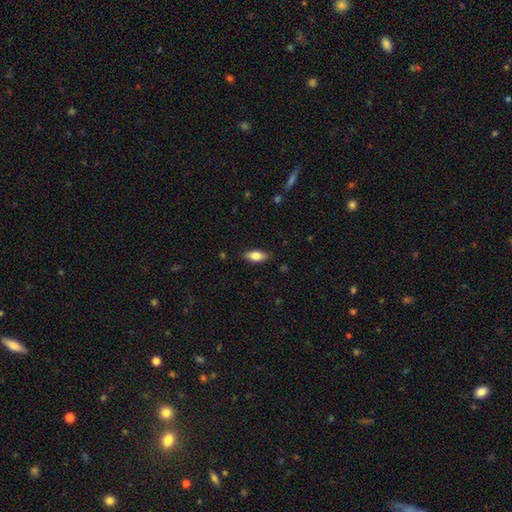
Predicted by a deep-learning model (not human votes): Smooth or featured?
  - smooth: 79% *
  - featured or disk: 15%
  - star or artifact: 7%
How rounded?
  - in between: 84% *
  - cigar-shaped: 13%
  - round: 3%
Merging?
  - none: 86% *
  - minor disturbance: 10%
  - major disturbance: 2%
  - merger: 1%